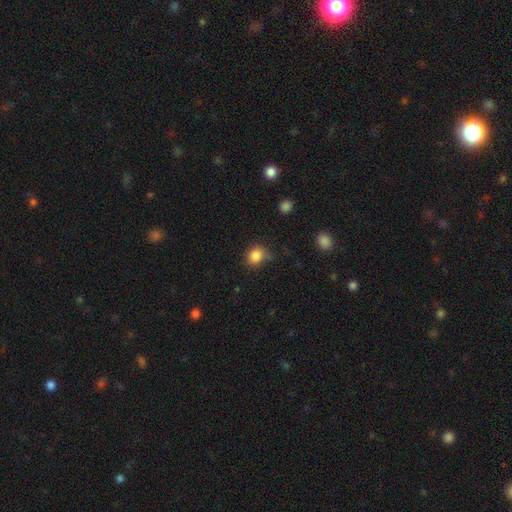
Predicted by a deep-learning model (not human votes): Morphology: type=smooth (84%); roundness=round (68%); merging=none (69%).